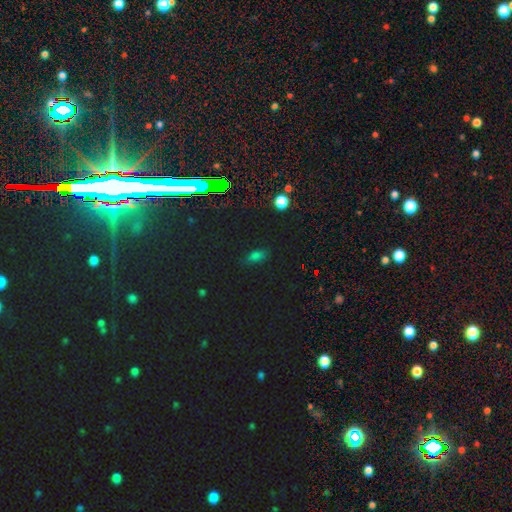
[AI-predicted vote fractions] This appears to be a smooth galaxy with no disk features (63%) that is in between round and cigar-shaped (80%). Merging: none (79%).